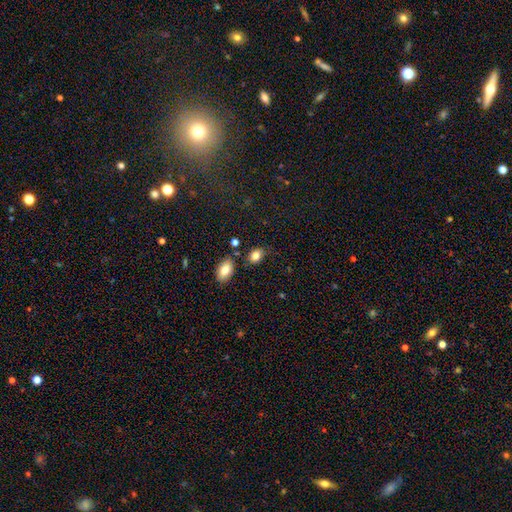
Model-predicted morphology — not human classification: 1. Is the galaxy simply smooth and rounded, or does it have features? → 82% smooth, 10% star or artifact, 9% featured or disk.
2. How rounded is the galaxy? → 76% in between, 22% round, 2% cigar-shaped.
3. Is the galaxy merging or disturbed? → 65% none, 21% minor disturbance, 8% merger, 6% major disturbance.